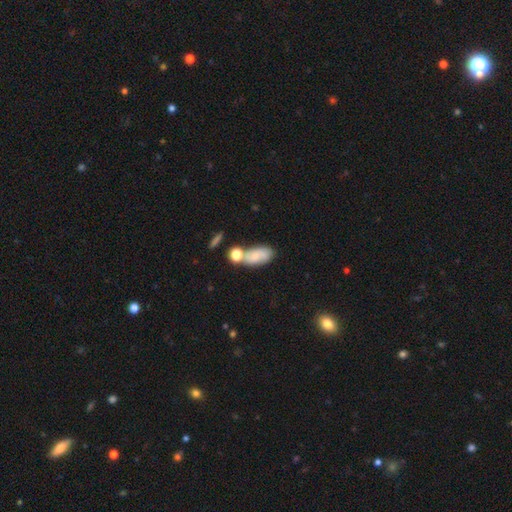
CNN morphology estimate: smooth 69%, featured or disk 22%, star or artifact 9%. Down the decision tree: how rounded — in between (87%); merging — none (46%).